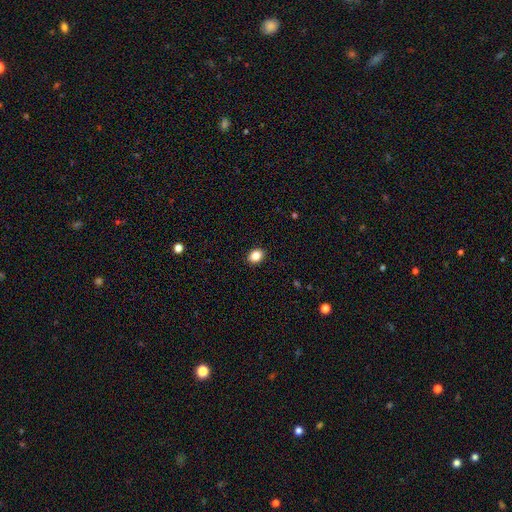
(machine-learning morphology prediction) type=smooth (86%); roundness=in between (56%); merging=none (91%).